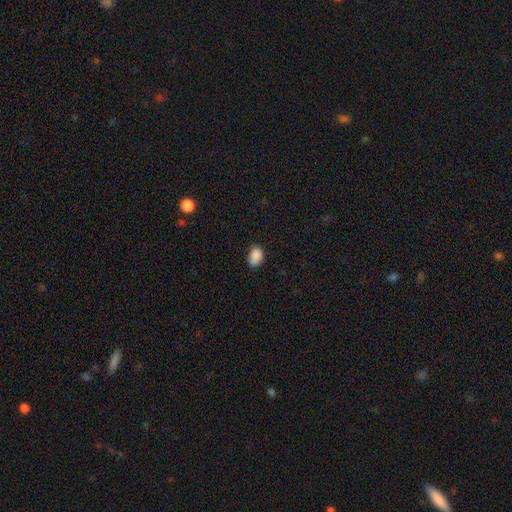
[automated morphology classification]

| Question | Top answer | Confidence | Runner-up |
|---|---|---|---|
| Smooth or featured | smooth | 86% | star or artifact (9%) |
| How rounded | in between | 78% | round (21%) |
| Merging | none | 63% | minor disturbance (28%) |